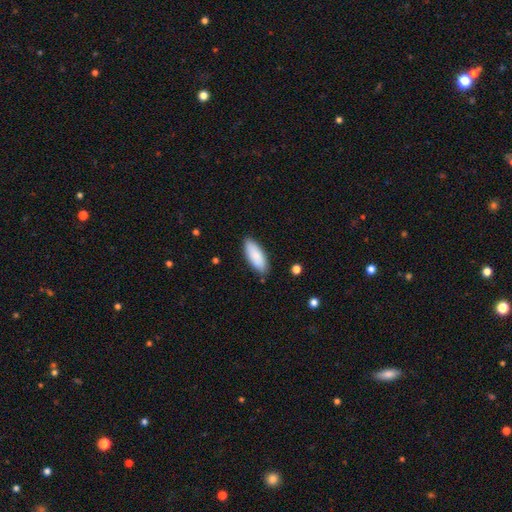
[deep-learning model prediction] smooth_or_featured: smooth (p=0.87) [alt: featured or disk p=0.08]
how_rounded: in between (p=0.74) [alt: cigar-shaped p=0.24]
merging: none (p=0.85) [alt: minor disturbance p=0.12]